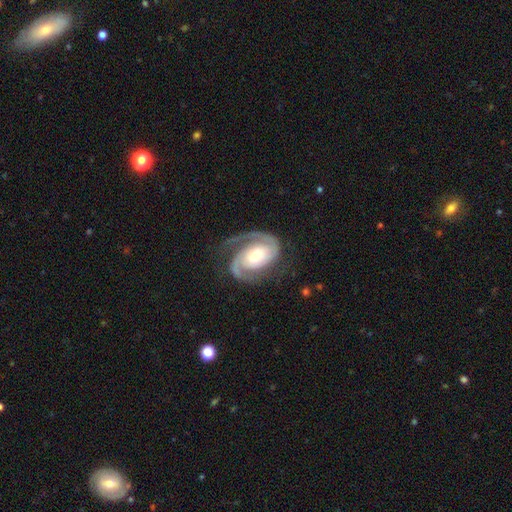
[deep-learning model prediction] A featured or disk galaxy (91%) with no bar (59%), 2 (87%) tight (45%) spiral arms (98%) and a moderate central bulge (61%). Merging: none (71%).